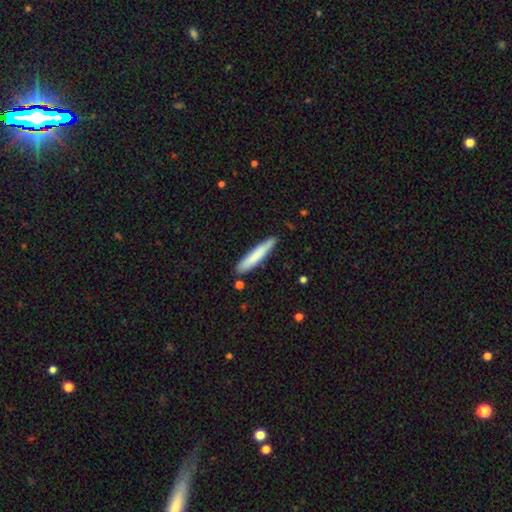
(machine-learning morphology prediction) Q: Smooth or featured?
A: smooth (77%); runner-up: featured or disk (18%)
Q: How rounded?
A: cigar-shaped (92%); runner-up: in between (7%)
Q: Merging?
A: none (86%); runner-up: minor disturbance (11%)